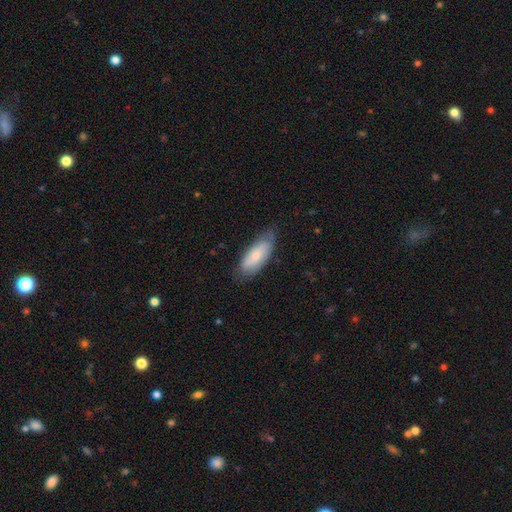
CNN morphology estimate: A smooth galaxy with no disk features (71%) that is in between round and cigar-shaped (77%).

Vote fractions:
- Smooth or featured? smooth: 71% / featured or disk: 23% / star or artifact: 6%
- How rounded? in between: 77% / cigar-shaped: 22% / round: 2%
- Merging? none: 64% / minor disturbance: 29% / major disturbance: 6% / merger: 1%